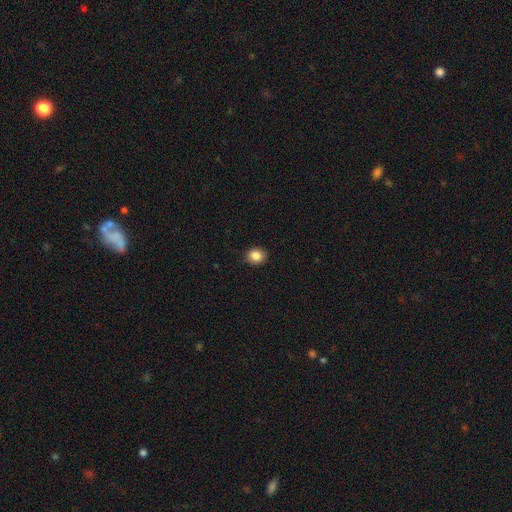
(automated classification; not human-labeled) The model was most divided on "how rounded": round: 69%, in between: 30%, cigar-shaped: 1%. More confident: merging — none (91%); smooth or featured — smooth (85%).